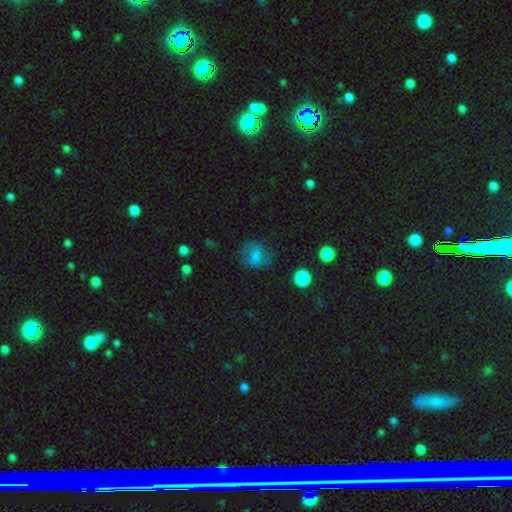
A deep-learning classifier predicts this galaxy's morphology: Smooth or featured: smooth — 62% (featured or disk — 24%)
How rounded: in between — 50% (round — 48%)
Merging: none — 66% (minor disturbance — 20%)